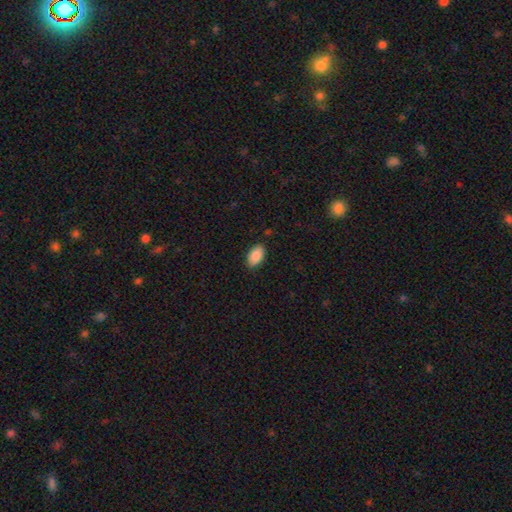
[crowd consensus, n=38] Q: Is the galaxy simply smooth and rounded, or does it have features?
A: smooth — 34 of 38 (89%).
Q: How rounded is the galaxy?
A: in between — 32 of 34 (94%).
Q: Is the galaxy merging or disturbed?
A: none — 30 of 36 (83%).